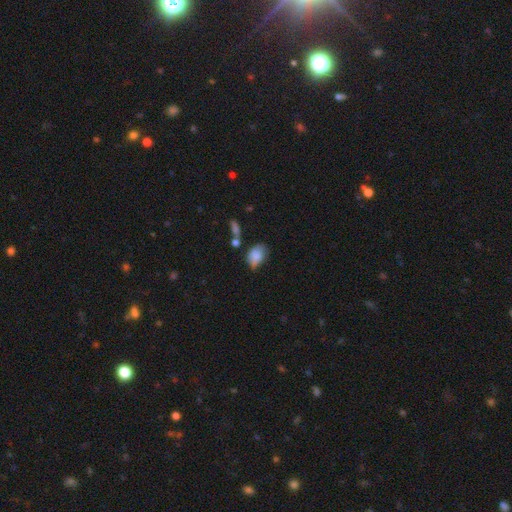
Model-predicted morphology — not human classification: Q: Smooth or featured?
A: smooth (82%); runner-up: featured or disk (10%)
Q: How rounded?
A: in between (78%); runner-up: round (20%)
Q: Merging?
A: none (42%); runner-up: minor disturbance (37%)